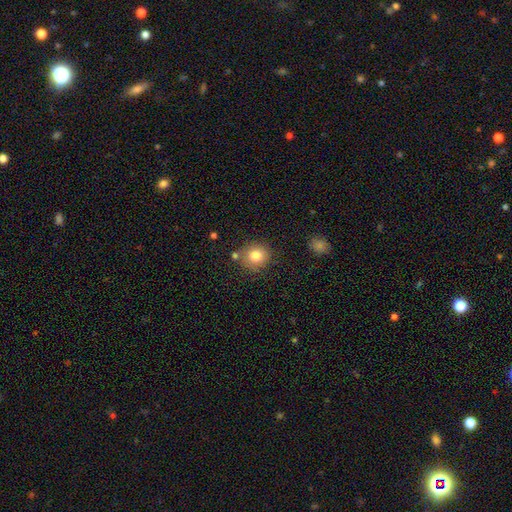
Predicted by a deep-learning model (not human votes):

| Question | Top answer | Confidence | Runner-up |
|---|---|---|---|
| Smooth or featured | smooth | 82% | star or artifact (10%) |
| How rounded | round | 85% | in between (14%) |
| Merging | none | 77% | minor disturbance (12%) |